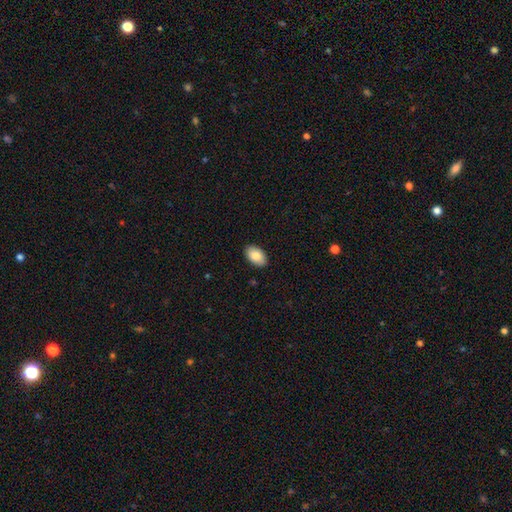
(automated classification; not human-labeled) smooth_or_featured: smooth (p=0.85) [alt: featured or disk p=0.08]
how_rounded: in between (p=0.93) [alt: round p=0.06]
merging: none (p=0.89) [alt: minor disturbance p=0.09]